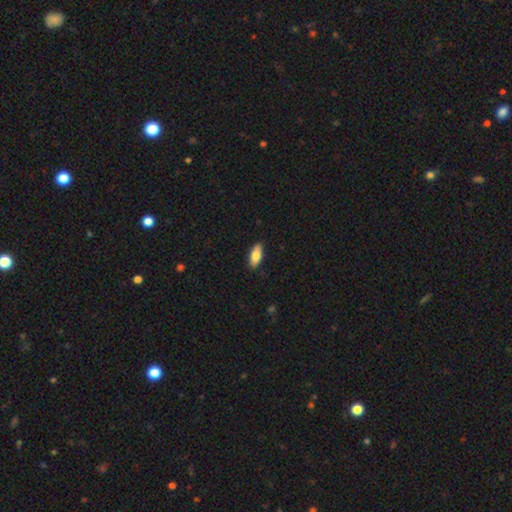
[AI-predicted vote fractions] Smooth or featured: smooth — 78% (featured or disk — 16%)
How rounded: in between — 83% (cigar-shaped — 14%)
Merging: none — 89% (minor disturbance — 9%)